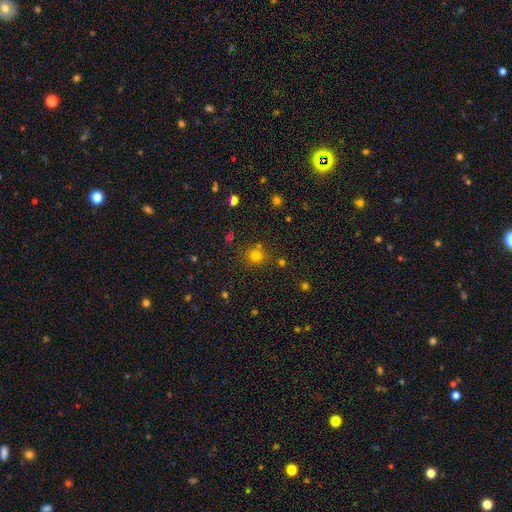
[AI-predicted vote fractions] The model was most divided on "smooth or featured": smooth: 74%, star or artifact: 20%, featured or disk: 6%. More confident: how rounded — round (84%); merging — none (75%).